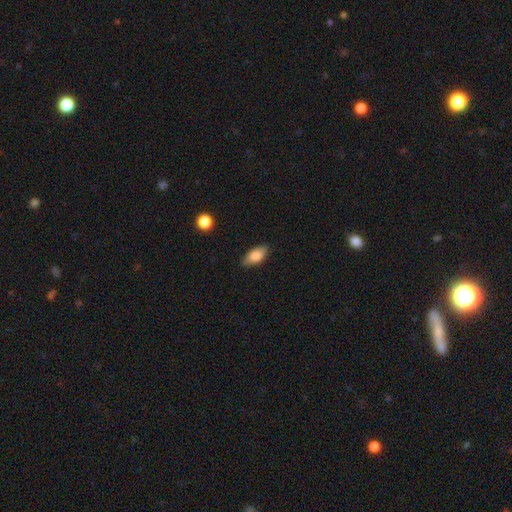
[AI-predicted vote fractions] Smooth or featured?
  - smooth: 82% *
  - featured or disk: 11%
  - star or artifact: 7%
How rounded?
  - in between: 89% *
  - cigar-shaped: 7%
  - round: 4%
Merging?
  - none: 81% *
  - minor disturbance: 16%
  - major disturbance: 3%
  - merger: 1%